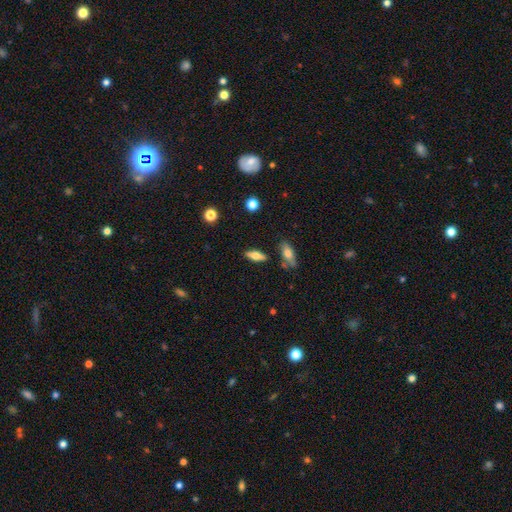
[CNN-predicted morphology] Smooth or featured: smooth — 56% (featured or disk — 36%)
How rounded: in between — 61% (cigar-shaped — 35%)
Merging: none — 81% (minor disturbance — 11%)